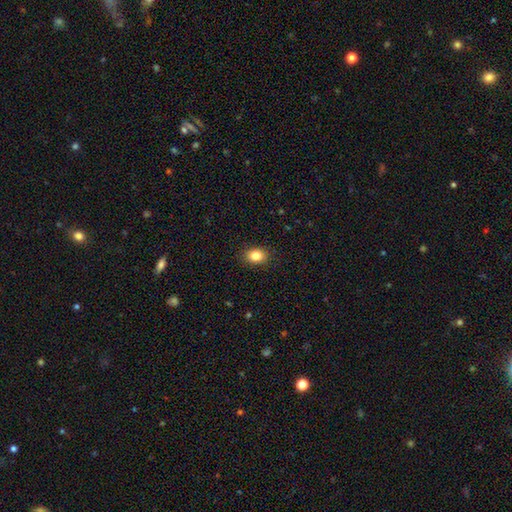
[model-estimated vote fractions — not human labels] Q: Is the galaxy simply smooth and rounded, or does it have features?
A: smooth — 84%.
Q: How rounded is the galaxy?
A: in between — 59%.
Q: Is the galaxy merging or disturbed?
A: none — 89%.